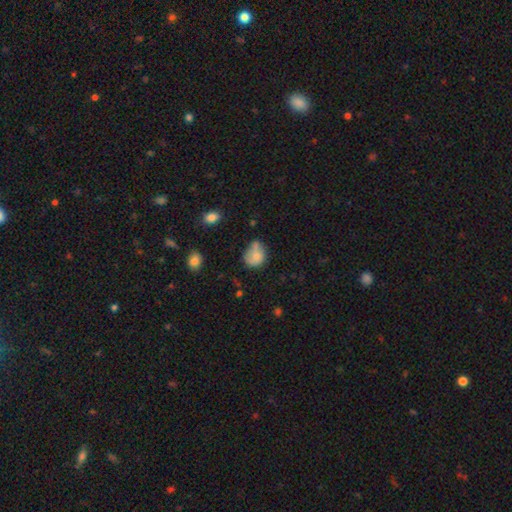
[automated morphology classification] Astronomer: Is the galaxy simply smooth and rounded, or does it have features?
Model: smooth — 72%.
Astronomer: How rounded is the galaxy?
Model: round — 56% (runner-up: in between, 43%).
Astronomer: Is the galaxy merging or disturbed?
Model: none — 39% (runner-up: minor disturbance, 35%).